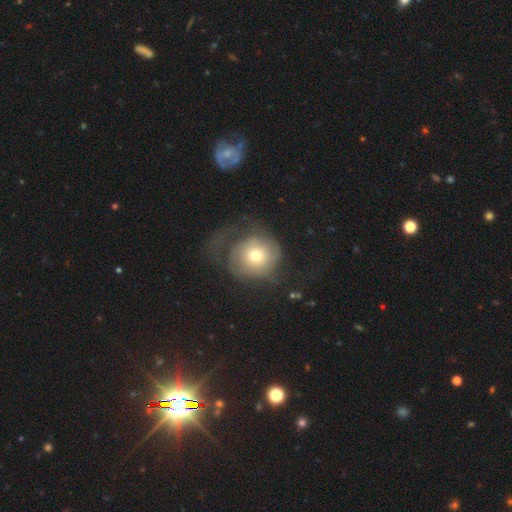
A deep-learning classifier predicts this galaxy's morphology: Smooth or featured? featured or disk (49%)
Merging? major disturbance (40%)